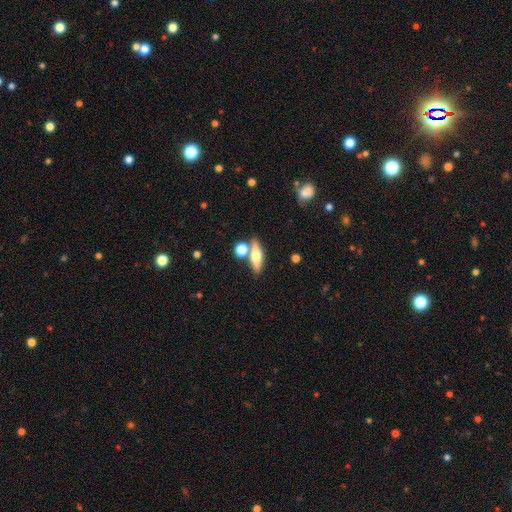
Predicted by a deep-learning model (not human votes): Smooth or featured? smooth (53%)
How rounded? cigar-shaped (46%)
Merging? none (68%)